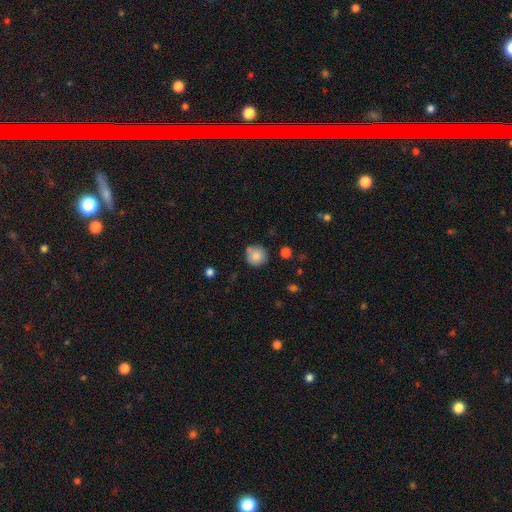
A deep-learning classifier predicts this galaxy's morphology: A smooth galaxy with no disk features (84%) that is round (93%).

Vote fractions:
- Smooth or featured? smooth: 84% / star or artifact: 9% / featured or disk: 7%
- How rounded? round: 93% / in between: 6% / cigar-shaped: 1%
- Merging? none: 78% / minor disturbance: 12% / merger: 7% / major disturbance: 3%